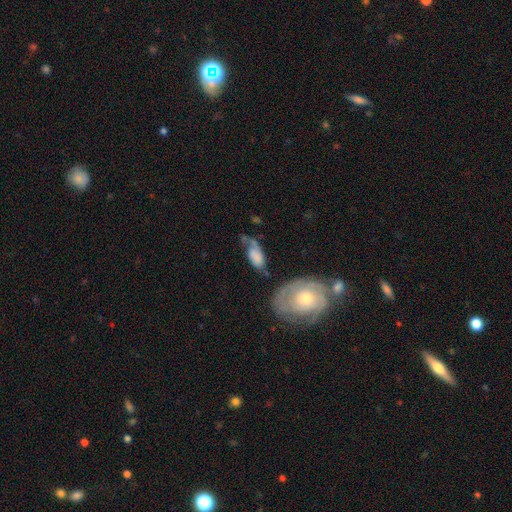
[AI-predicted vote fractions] Q: Smooth or featured?
A: smooth (54%); runner-up: featured or disk (38%)
Q: How rounded?
A: in between (87%); runner-up: cigar-shaped (8%)
Q: Merging?
A: none (33%); runner-up: minor disturbance (29%)